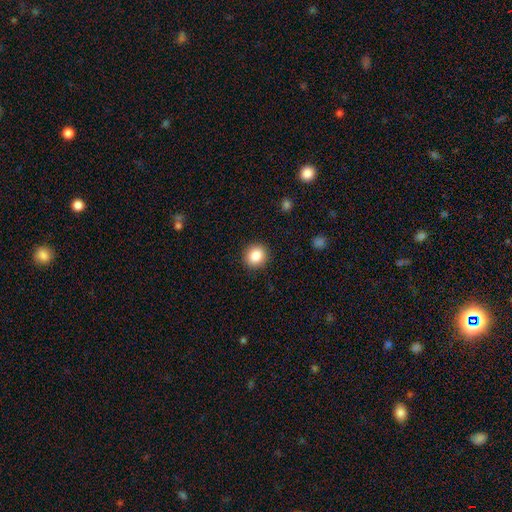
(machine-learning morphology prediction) This is clearly a smooth galaxy (86%). How rounded: clearly round (88%). Merging: clearly none (91%).